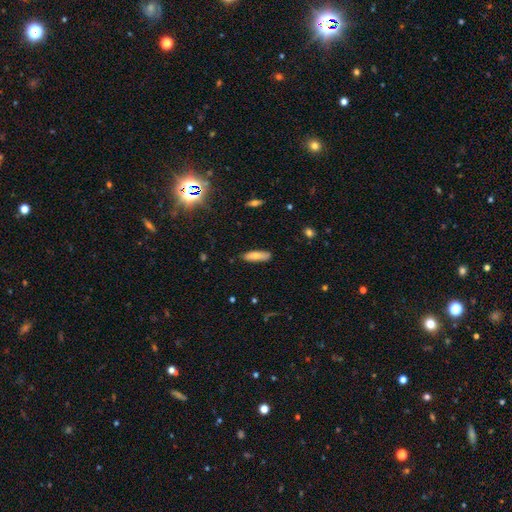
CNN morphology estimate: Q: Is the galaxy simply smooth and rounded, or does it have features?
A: smooth — 76%.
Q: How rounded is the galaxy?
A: cigar-shaped — 57%.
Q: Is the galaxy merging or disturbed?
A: none — 83%.